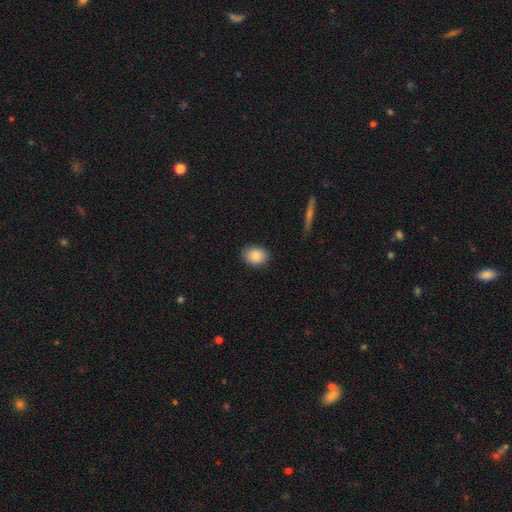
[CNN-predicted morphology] Smooth or featured: smooth — 86% (star or artifact — 8%)
How rounded: in between — 50% (round — 49%)
Merging: none — 86% (minor disturbance — 11%)